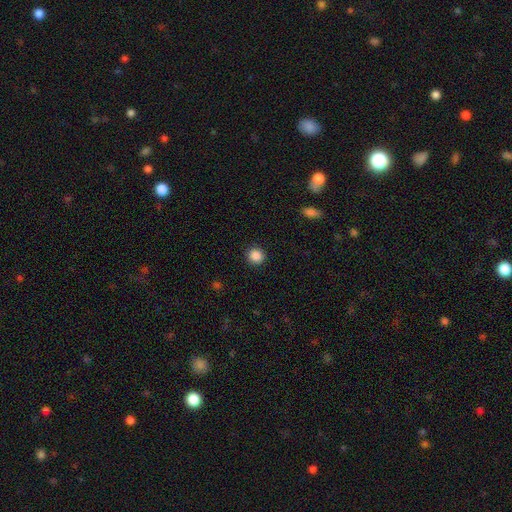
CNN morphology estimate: Q: Smooth or featured?
A: smooth (87%); runner-up: star or artifact (10%)
Q: How rounded?
A: round (92%); runner-up: in between (7%)
Q: Merging?
A: none (92%); runner-up: minor disturbance (5%)